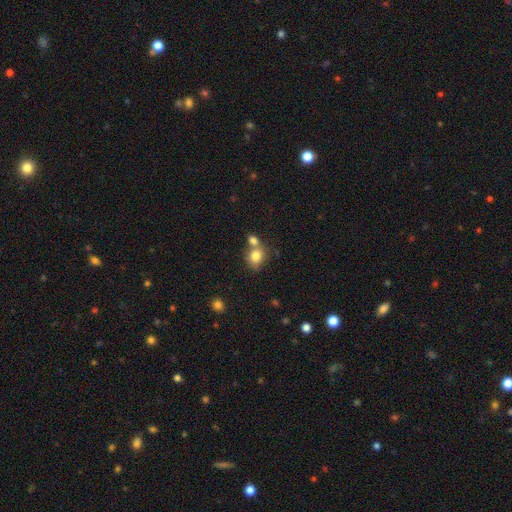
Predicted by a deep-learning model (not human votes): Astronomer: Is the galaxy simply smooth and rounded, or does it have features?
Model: smooth — 81%.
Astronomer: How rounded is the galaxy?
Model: round — 55% (runner-up: in between, 44%).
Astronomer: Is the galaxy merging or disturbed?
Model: merger — 44% (runner-up: none, 41%).